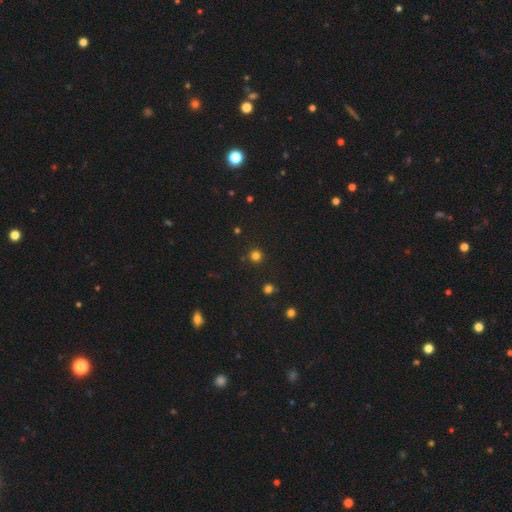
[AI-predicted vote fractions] Smooth or featured? smooth (78%)
How rounded? round (95%)
Merging? none (90%)